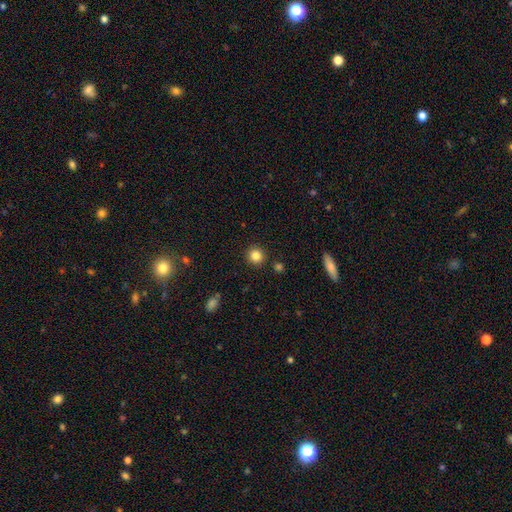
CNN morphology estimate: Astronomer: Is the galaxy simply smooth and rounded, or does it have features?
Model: smooth — 84%.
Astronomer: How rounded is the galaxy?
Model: round — 92%.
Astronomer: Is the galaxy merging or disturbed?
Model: none — 90%.